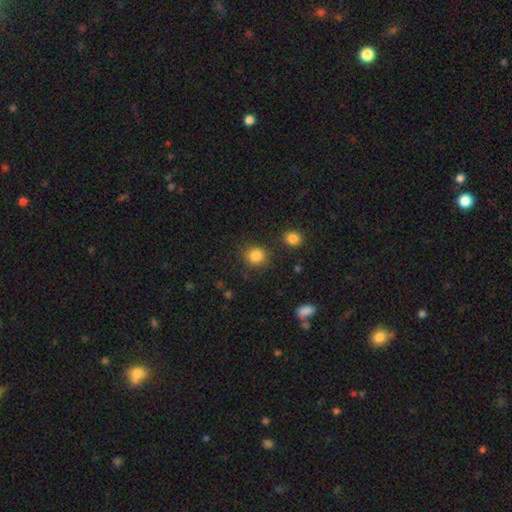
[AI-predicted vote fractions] smooth 85%, star or artifact 11%, featured or disk 4%. Down the decision tree: how rounded — round (88%); merging — none (86%).